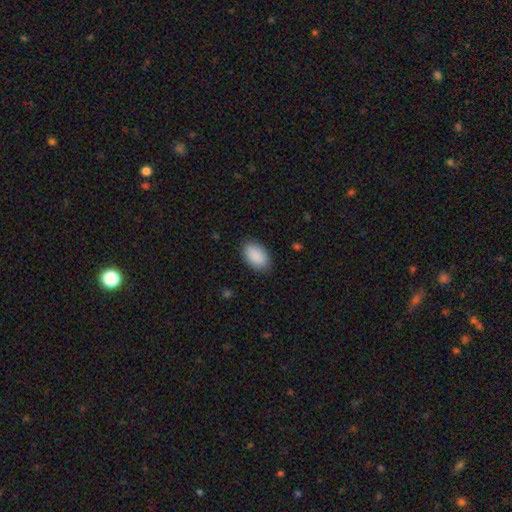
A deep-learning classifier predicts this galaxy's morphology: This is clearly a smooth galaxy (90%). How rounded: clearly in between (94%). Merging: clearly none (86%).